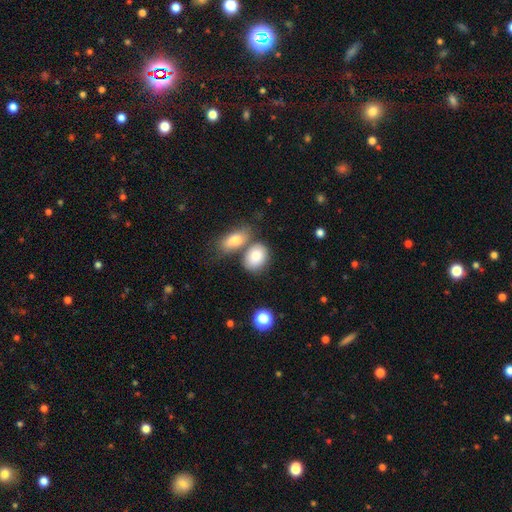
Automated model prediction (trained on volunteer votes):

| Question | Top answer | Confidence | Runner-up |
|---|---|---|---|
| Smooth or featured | smooth | 83% | featured or disk (10%) |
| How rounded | in between | 75% | round (23%) |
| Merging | none | 50% | merger (32%) |